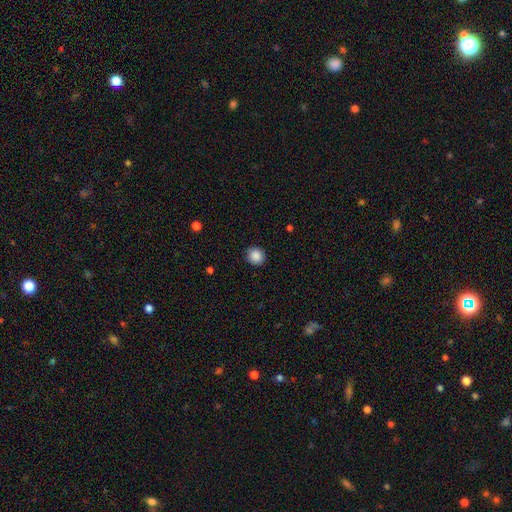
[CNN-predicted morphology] Smooth or featured? Predicted: smooth (p=0.88). How rounded? Predicted: round (p=0.87). Merging? Predicted: none (p=0.90).